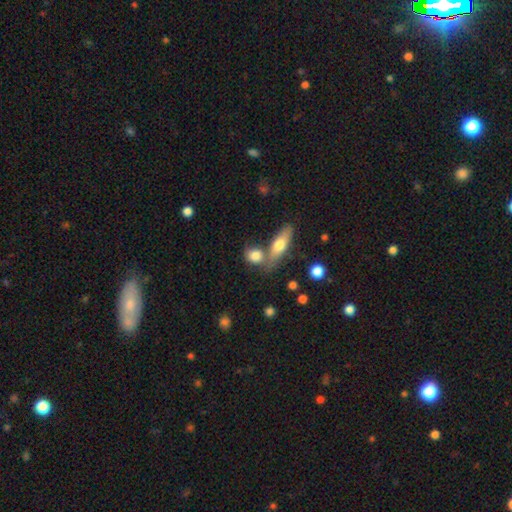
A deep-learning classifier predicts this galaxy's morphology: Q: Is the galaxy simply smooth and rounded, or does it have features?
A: smooth — 79%.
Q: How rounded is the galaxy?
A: round — 48%.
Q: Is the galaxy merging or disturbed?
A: none — 50%.